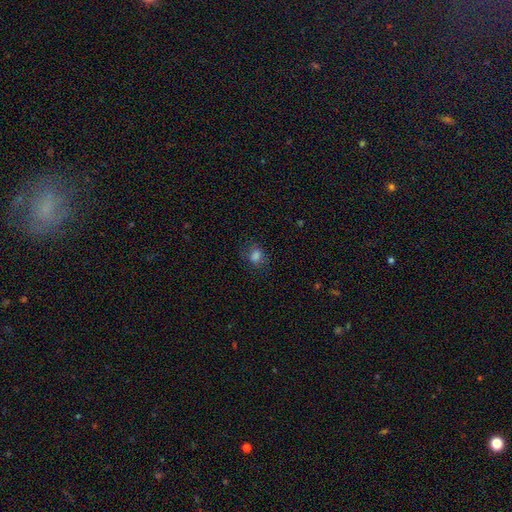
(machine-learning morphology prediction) This appears to be a smooth galaxy with no disk features (79%) that is in between round and cigar-shaped (54%). Merging: none (75%).